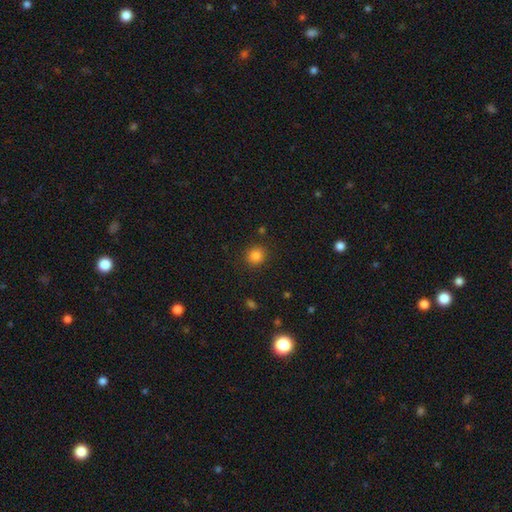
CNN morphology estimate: smooth 84%, star or artifact 12%, featured or disk 4%. Down the decision tree: how rounded — round (89%); merging — none (89%).